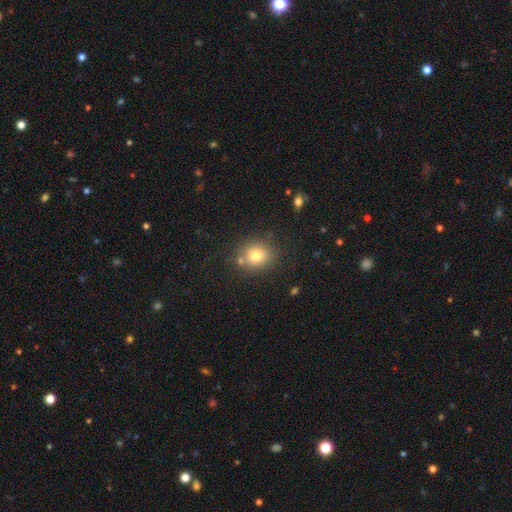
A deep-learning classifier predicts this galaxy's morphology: A smooth galaxy with no disk features (78%) that is round (70%).

Vote fractions:
- Smooth or featured? smooth: 78% / star or artifact: 12% / featured or disk: 10%
- How rounded? round: 70% / in between: 29% / cigar-shaped: 1%
- Merging? none: 74% / minor disturbance: 12% / merger: 10% / major disturbance: 4%